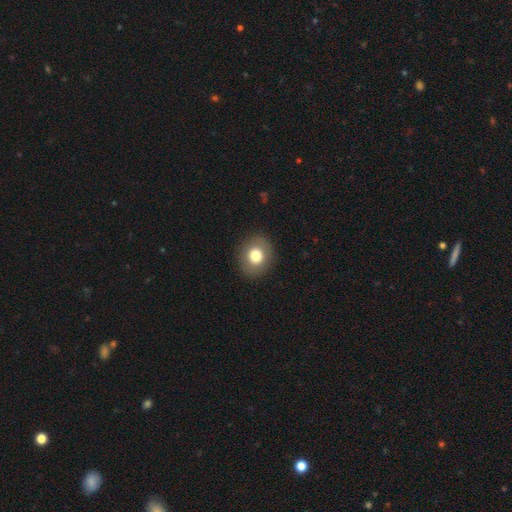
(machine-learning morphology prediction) Overall: smooth (77%). How rounded: round (74%). Merging: none (90%).